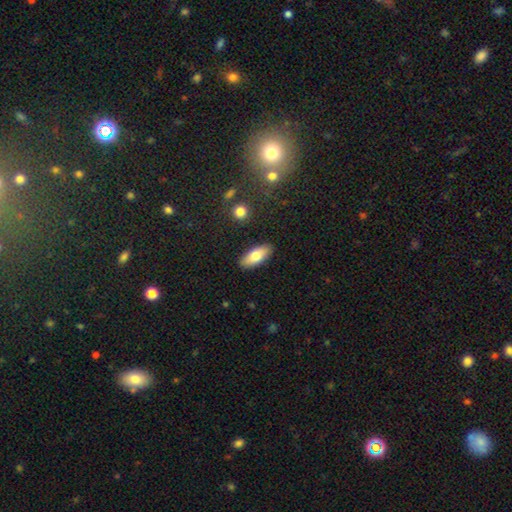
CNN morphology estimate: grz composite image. It shows a smooth galaxy with no disk features (75%) that is in between round and cigar-shaped (81%). Merging: none (89%).